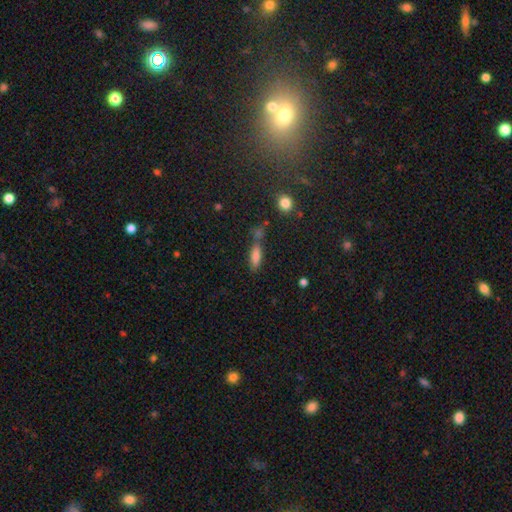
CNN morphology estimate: This is likely a smooth galaxy (77%). How rounded: possibly in between (55%). Merging: likely none (63%).